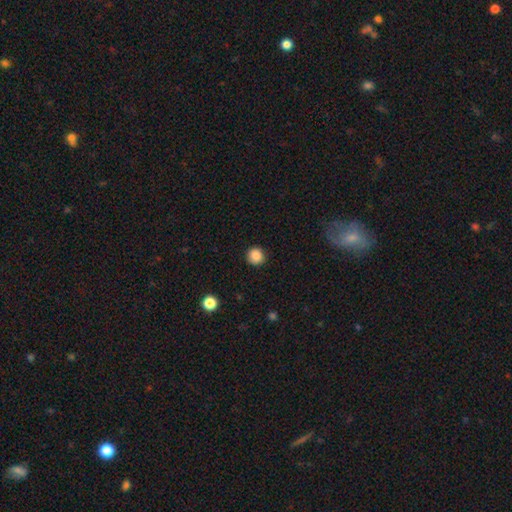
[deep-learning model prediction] smooth_or_featured: smooth (p=0.87) [alt: star or artifact p=0.10]
how_rounded: round (p=0.94) [alt: in between p=0.05]
merging: none (p=0.91) [alt: minor disturbance p=0.06]